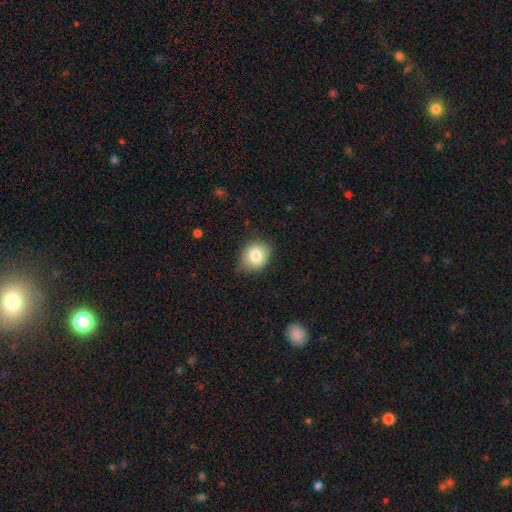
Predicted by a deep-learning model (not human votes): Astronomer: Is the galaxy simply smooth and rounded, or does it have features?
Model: smooth — 82%.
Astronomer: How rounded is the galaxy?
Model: round — 61% (runner-up: in between, 38%).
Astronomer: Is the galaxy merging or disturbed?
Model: none — 74%.